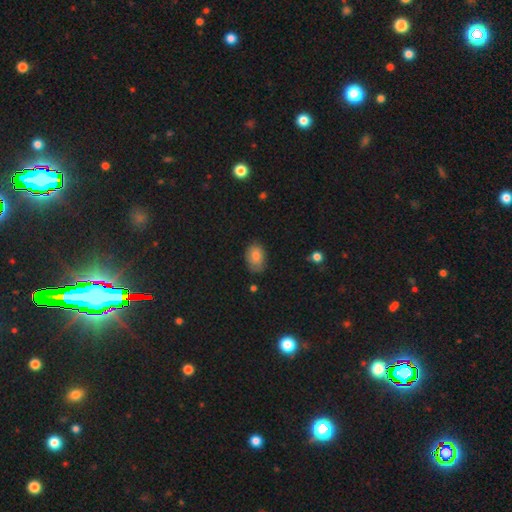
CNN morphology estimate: This is likely a smooth galaxy (79%). How rounded: clearly in between (85%). Merging: likely none (68%).